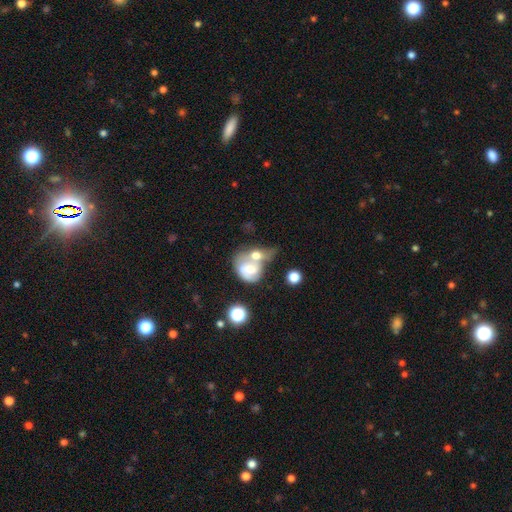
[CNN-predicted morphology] Smooth or featured? Predicted: smooth (p=0.48). Merging? Predicted: merger (p=0.63).